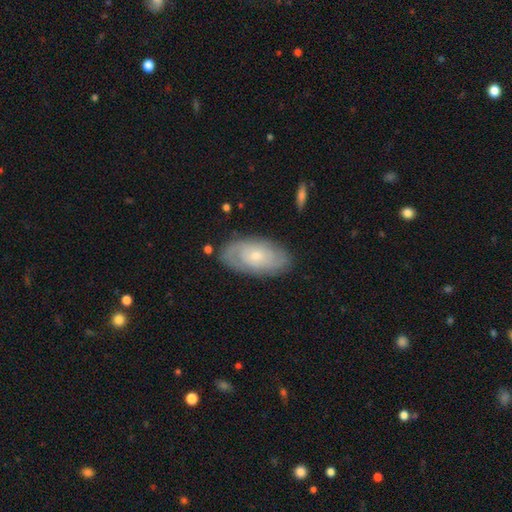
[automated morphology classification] type=featured or disk (68%); edge-on=no (93%); bar=no (77%); spiral arms=yes (85%); winding=tight (66%); arm count=can't tell (43%); bulge=small (67%); merging=none (80%).